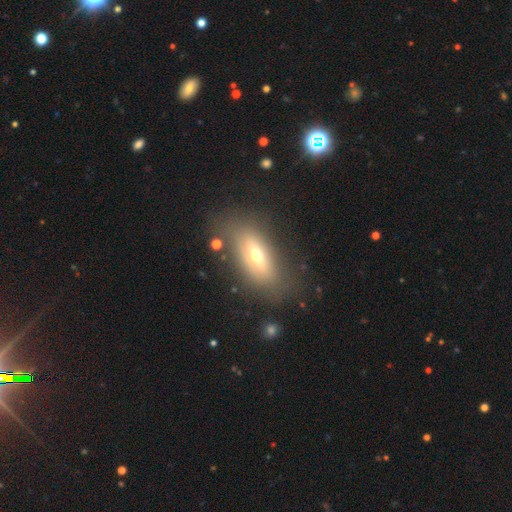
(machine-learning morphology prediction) smooth_or_featured: smooth (p=0.49) [alt: featured or disk p=0.41]
merging: none (p=0.74) [alt: minor disturbance p=0.15]